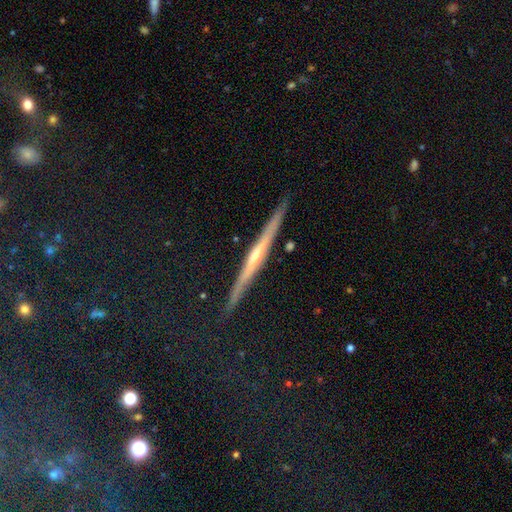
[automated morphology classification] This is likely a featured or disk galaxy (69%). It is clearly viewed edge-on (96%). Edge-on bulge: possibly rounded (51%). Merging: clearly none (89%).